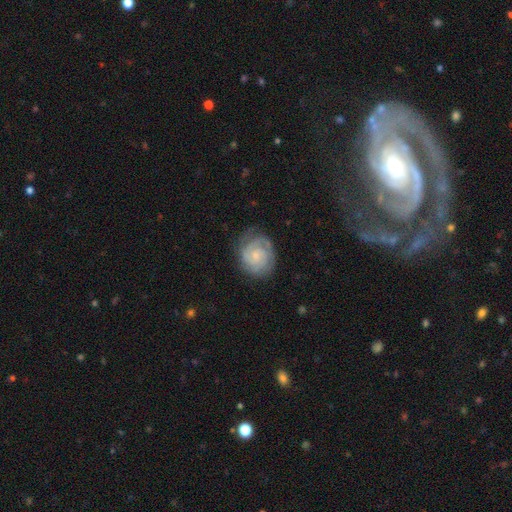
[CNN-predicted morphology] Smooth or featured? featured or disk (83%)
Edge-on disk? no (98%)
Bar? no (70%)
Spiral arms? yes (97%)
Spiral winding? tight (72%)
Spiral arm count? 2 (32%)
Bulge size? small (74%)
Merging? none (76%)